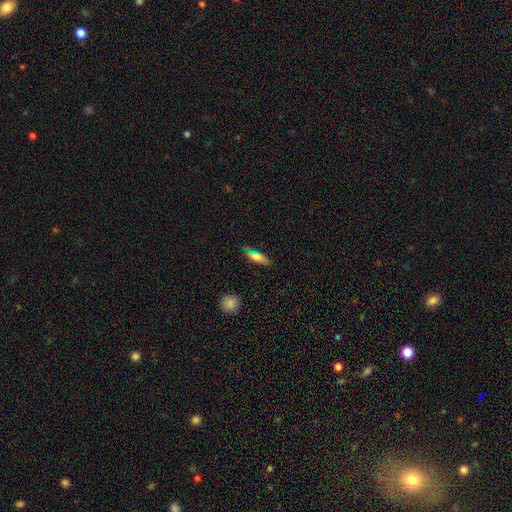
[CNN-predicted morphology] smooth-or-featured: smooth: 64% | featured or disk: 23% | star or artifact: 13%
  how-rounded: cigar-shaped: 48% (tied) | in between: 48% (tied) | round: 4%
  merging: none: 83% | minor disturbance: 12% | major disturbance: 3% | merger: 2%